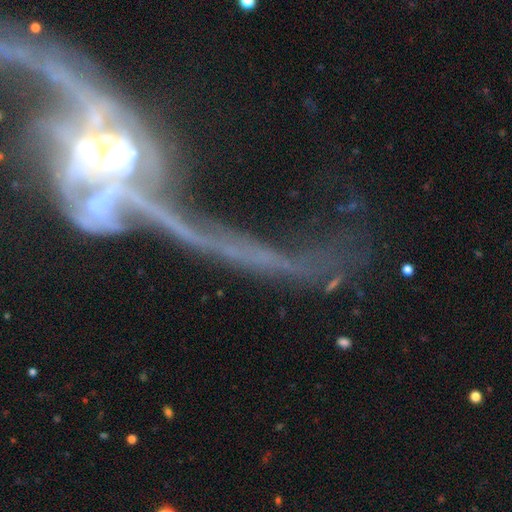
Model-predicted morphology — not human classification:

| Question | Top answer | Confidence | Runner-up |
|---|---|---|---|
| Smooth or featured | featured or disk | 60% | star or artifact (23%) |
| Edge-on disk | no | 57% | yes (43%) |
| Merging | merger | 30% | major disturbance (29%) |